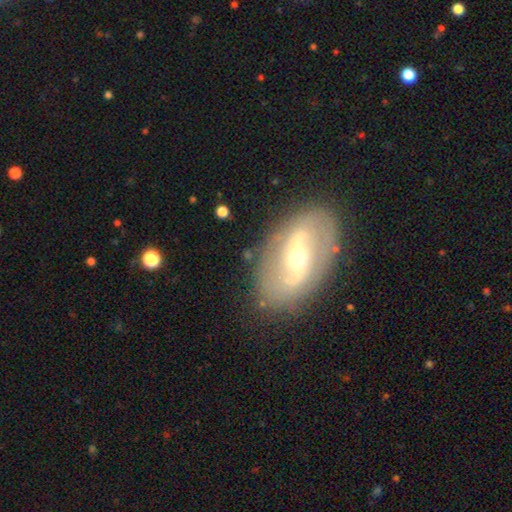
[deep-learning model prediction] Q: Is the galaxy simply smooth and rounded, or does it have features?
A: featured or disk — 77%.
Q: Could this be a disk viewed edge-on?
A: no — 94%.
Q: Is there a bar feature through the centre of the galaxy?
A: weak — 40%.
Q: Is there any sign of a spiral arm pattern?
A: yes — 74%.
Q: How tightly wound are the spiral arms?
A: loose — 42%.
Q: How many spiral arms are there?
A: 2 — 85%.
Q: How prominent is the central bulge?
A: moderate — 59%.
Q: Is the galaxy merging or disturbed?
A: none — 83%.